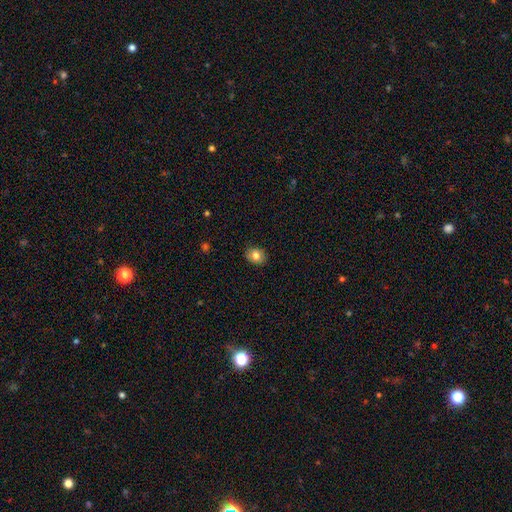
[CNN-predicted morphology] type=smooth (80%); roundness=round (53%); merging=none (88%).